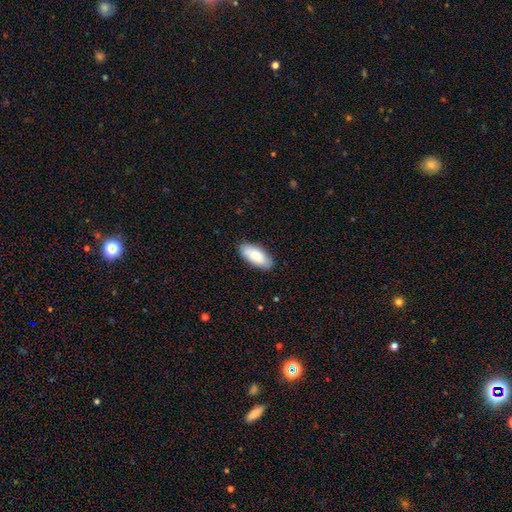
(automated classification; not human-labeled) A smooth galaxy with no disk features (79%) that is in between round and cigar-shaped (89%).

Vote fractions:
- Smooth or featured? smooth: 79% / featured or disk: 15% / star or artifact: 6%
- How rounded? in between: 89% / cigar-shaped: 9% / round: 2%
- Merging? none: 86% / minor disturbance: 11% / major disturbance: 2% / merger: 1%